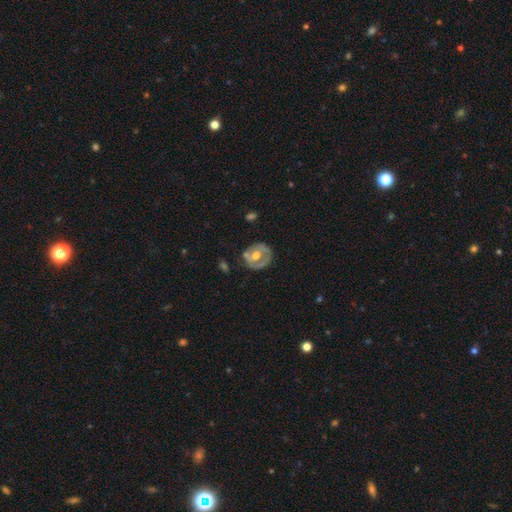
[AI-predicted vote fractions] smooth_or_featured: featured or disk (p=0.65) [alt: smooth p=0.29]
disk_edge_on: no (p=0.96) [alt: yes p=0.04]
bar: no (p=0.59) [alt: weak p=0.30]
has_spiral_arms: no (p=0.56) [alt: yes p=0.44]
bulge_size: moderate (p=0.73) [alt: large p=0.13]
merging: none (p=0.65) [alt: minor disturbance p=0.22]